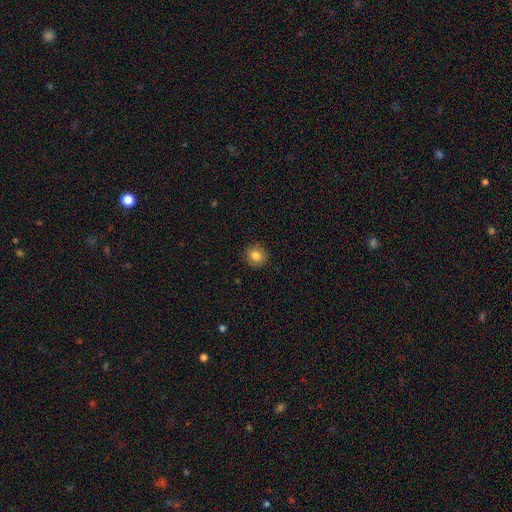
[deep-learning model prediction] smooth_or_featured: smooth (p=0.83) [alt: star or artifact p=0.10]
how_rounded: round (p=0.91) [alt: in between p=0.08]
merging: none (p=0.90) [alt: minor disturbance p=0.07]